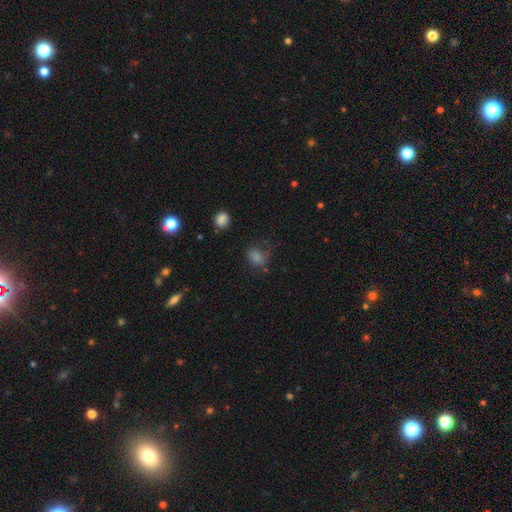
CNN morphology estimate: A smooth galaxy with no disk features (70%) that is in between round and cigar-shaped (50%). Merging: none (57%).